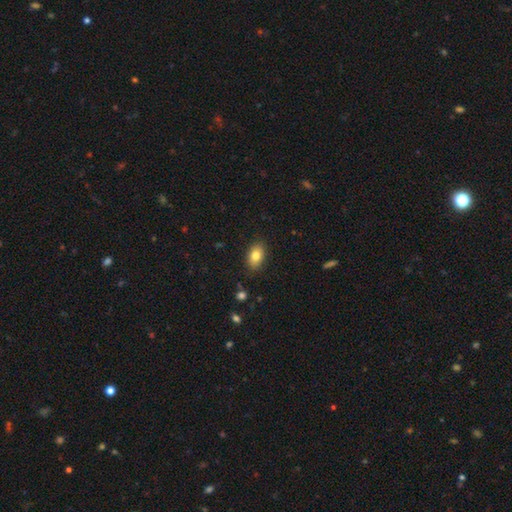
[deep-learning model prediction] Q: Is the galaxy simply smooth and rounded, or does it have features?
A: smooth — 81%.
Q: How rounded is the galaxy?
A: in between — 87%.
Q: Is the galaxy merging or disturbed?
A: none — 86%.